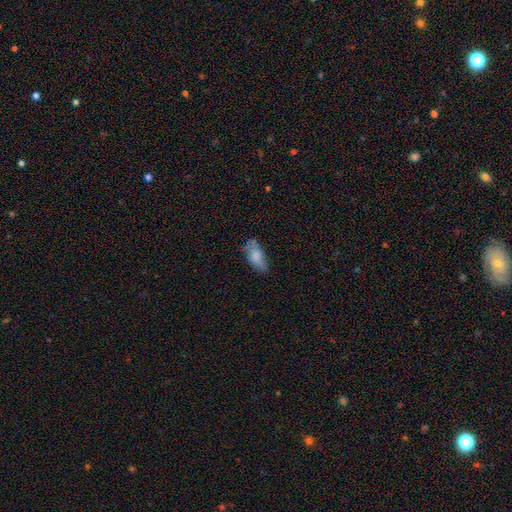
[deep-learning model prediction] Morphology: type=smooth (75%); roundness=in between (86%); merging=none (64%).